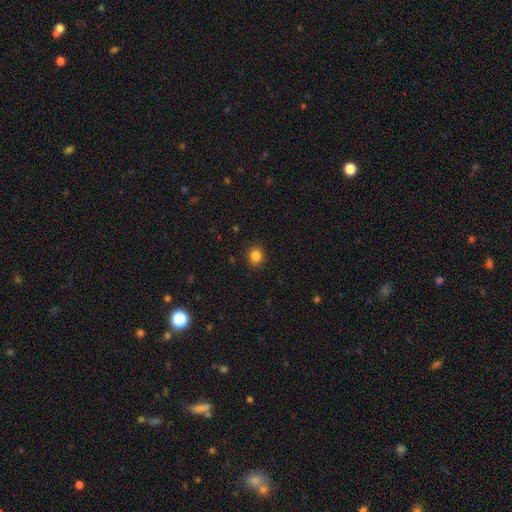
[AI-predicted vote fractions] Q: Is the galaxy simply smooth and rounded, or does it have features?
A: smooth — 85%.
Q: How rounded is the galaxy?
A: round — 76%.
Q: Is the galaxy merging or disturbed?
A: none — 90%.